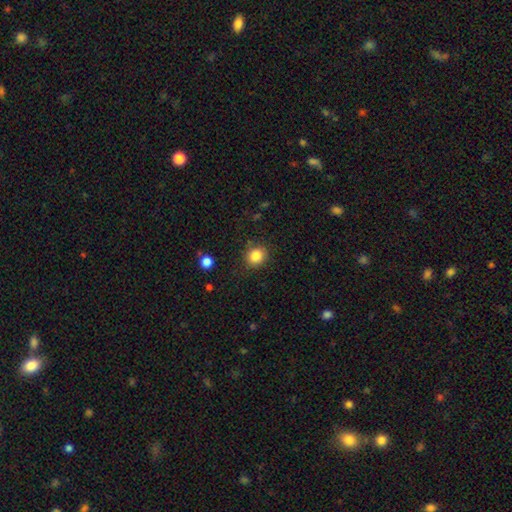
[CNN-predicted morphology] type=smooth (85%); roundness=round (77%); merging=none (84%).